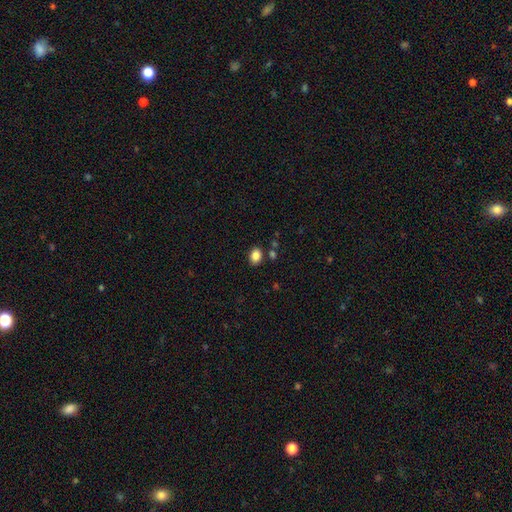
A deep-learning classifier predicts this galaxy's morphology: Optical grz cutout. It shows a smooth galaxy with no disk features (86%) that is in between round and cigar-shaped (73%). Merging: none (83%).